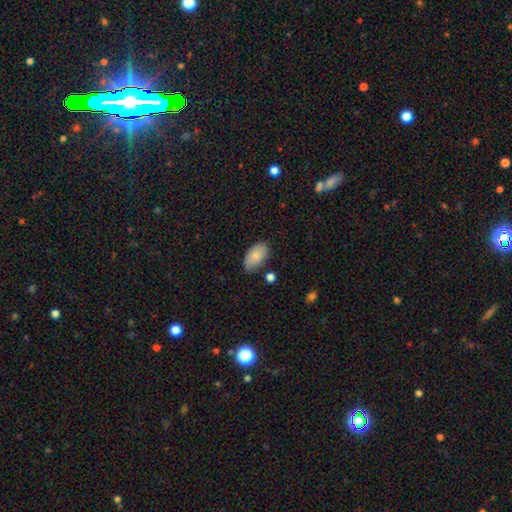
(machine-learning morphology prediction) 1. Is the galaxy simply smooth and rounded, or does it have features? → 84% smooth, 9% featured or disk, 6% star or artifact.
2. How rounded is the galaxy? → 94% in between, 4% round, 2% cigar-shaped.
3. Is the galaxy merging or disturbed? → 77% none, 16% minor disturbance, 3% major disturbance, 3% merger.